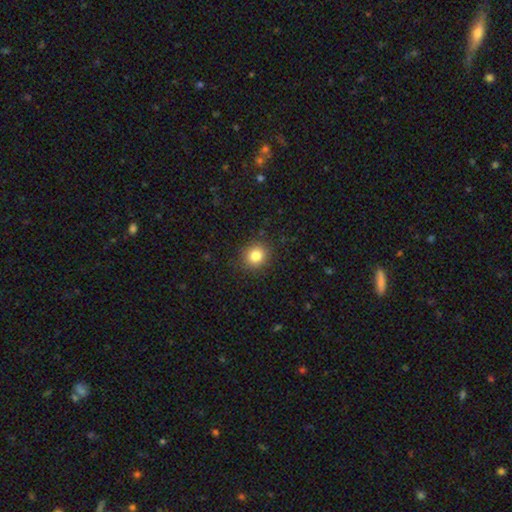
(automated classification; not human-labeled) Morphology: type=smooth (83%); roundness=round (85%); merging=none (90%).